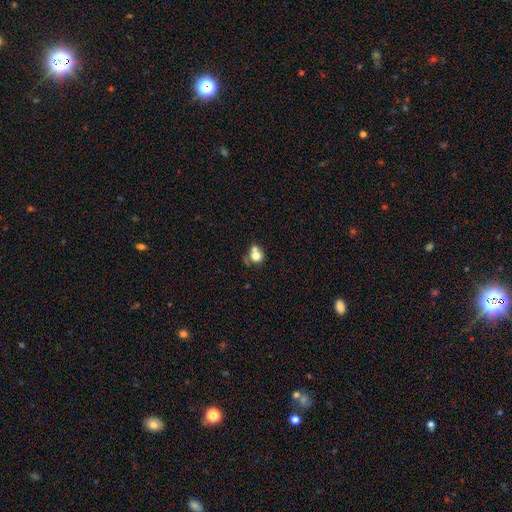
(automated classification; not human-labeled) smooth 73%, featured or disk 16%, star or artifact 11%. Down the decision tree: how rounded — round (74%); merging — merger (47%).